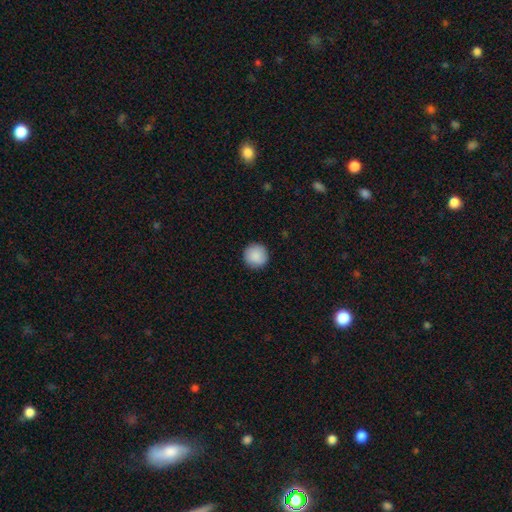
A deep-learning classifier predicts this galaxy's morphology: smooth 89%, star or artifact 7%, featured or disk 4%. Down the decision tree: how rounded — round (96%); merging — none (92%).